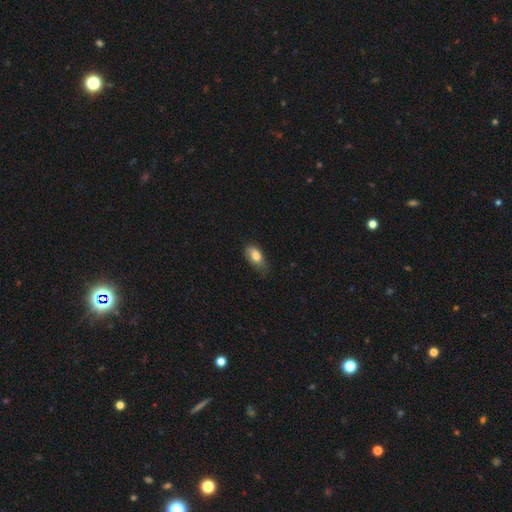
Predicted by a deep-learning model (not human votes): Overall: smooth (81%). How rounded: in between (89%). Merging: none (55%; minor disturbance 35%).